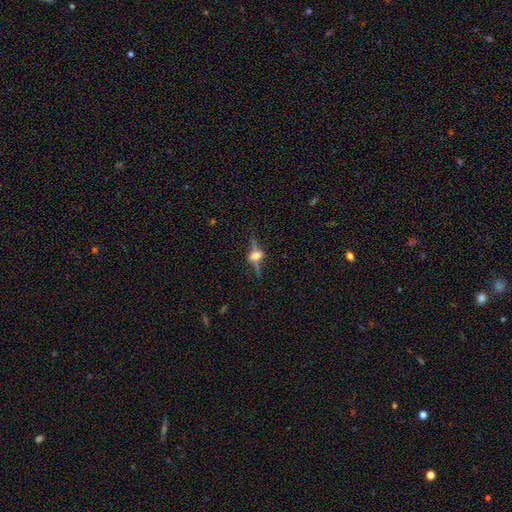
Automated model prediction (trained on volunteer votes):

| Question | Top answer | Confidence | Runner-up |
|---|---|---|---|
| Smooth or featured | featured or disk | 65% | smooth (19%) |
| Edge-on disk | yes | 90% | no (10%) |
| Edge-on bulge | rounded | 93% | boxy (5%) |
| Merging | none | 76% | minor disturbance (14%) |